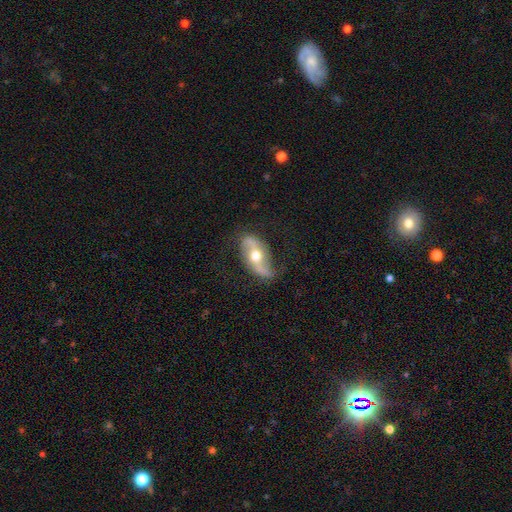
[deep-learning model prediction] featured or disk 77%, smooth 17%, star or artifact 5%. Down the decision tree: edge-on disk — no (86%); bar — no (44%); spiral arms — yes (86%); spiral arm count — 2 (91%); spiral winding — loose (77%); bulge size — moderate (77%); merging — none (72%).